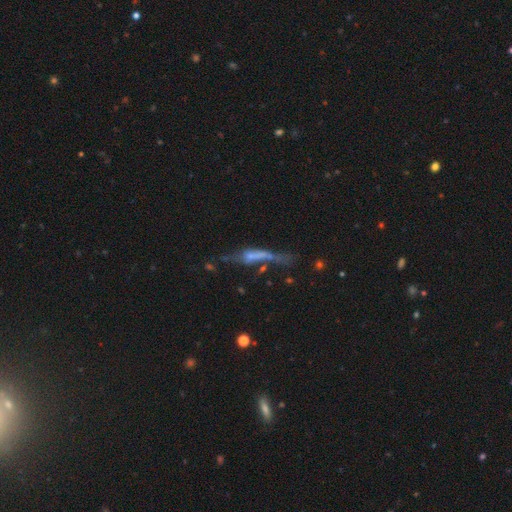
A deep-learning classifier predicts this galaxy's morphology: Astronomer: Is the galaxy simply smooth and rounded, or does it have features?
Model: featured or disk — 49% (runner-up: smooth, 37%).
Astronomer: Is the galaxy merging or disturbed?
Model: major disturbance — 34% (runner-up: none, 28%).